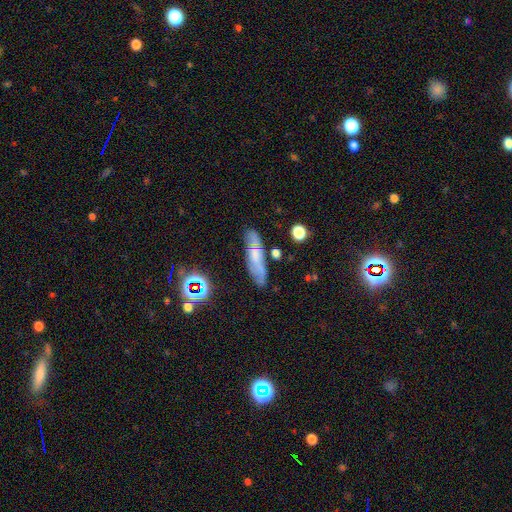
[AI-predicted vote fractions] A smooth galaxy with no disk features (43%).

Vote fractions:
- Smooth or featured? smooth: 43% / featured or disk: 42% / star or artifact: 15%
- Merging? none: 72% / minor disturbance: 18% / major disturbance: 5% / merger: 5%